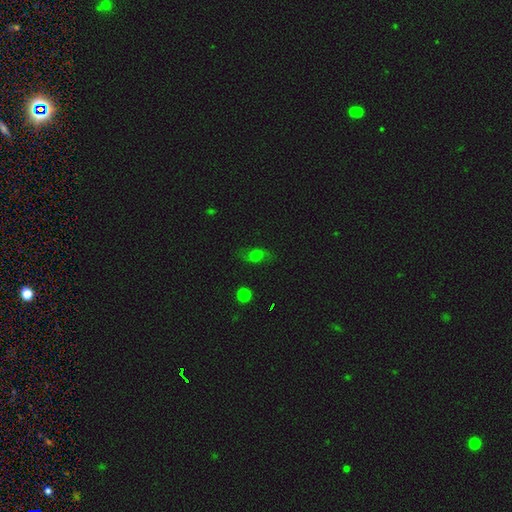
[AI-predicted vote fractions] Q: Smooth or featured?
A: smooth (52%); runner-up: featured or disk (30%)
Q: How rounded?
A: in between (65%); runner-up: round (30%)
Q: Merging?
A: none (67%); runner-up: minor disturbance (20%)